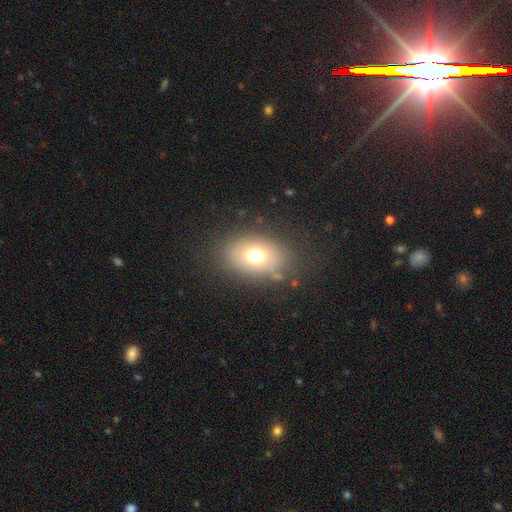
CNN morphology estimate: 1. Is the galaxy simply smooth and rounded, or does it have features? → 69% smooth, 18% featured or disk, 14% star or artifact.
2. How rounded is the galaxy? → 71% in between, 28% round, 1% cigar-shaped.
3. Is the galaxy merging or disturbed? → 77% none, 13% minor disturbance, 7% major disturbance, 2% merger.